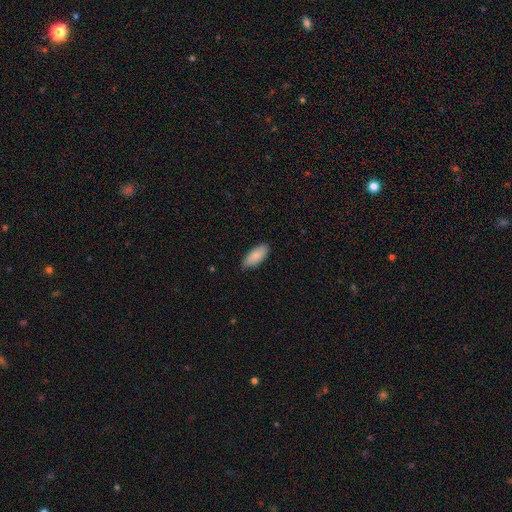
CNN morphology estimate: A smooth galaxy with no disk features (88%) that is in between round and cigar-shaped (87%).

Vote fractions:
- Smooth or featured? smooth: 88% / featured or disk: 7% / star or artifact: 6%
- How rounded? in between: 87% / cigar-shaped: 12% / round: 2%
- Merging? none: 83% / minor disturbance: 14% / major disturbance: 2% / merger: 1%